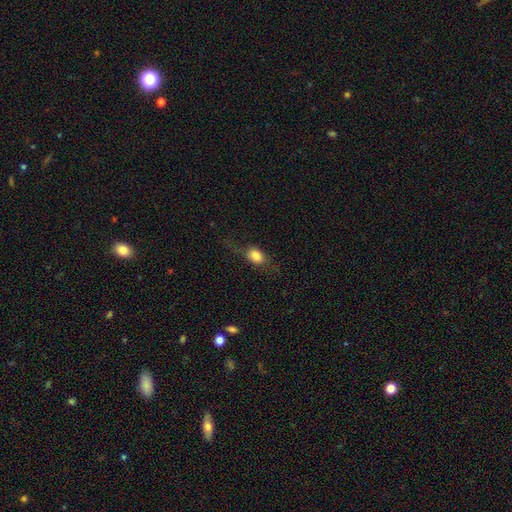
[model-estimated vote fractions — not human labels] Smooth or featured? smooth (74%)
How rounded? in between (61%)
Merging? none (56%)